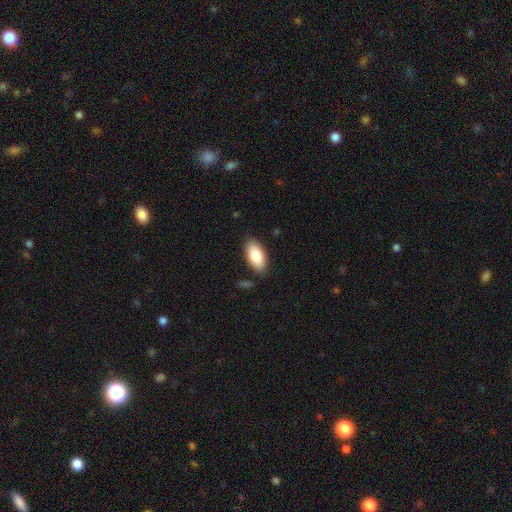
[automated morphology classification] smooth_or_featured: smooth (p=0.82) [alt: featured or disk p=0.11]
how_rounded: in between (p=0.93) [alt: cigar-shaped p=0.05]
merging: none (p=0.85) [alt: minor disturbance p=0.11]